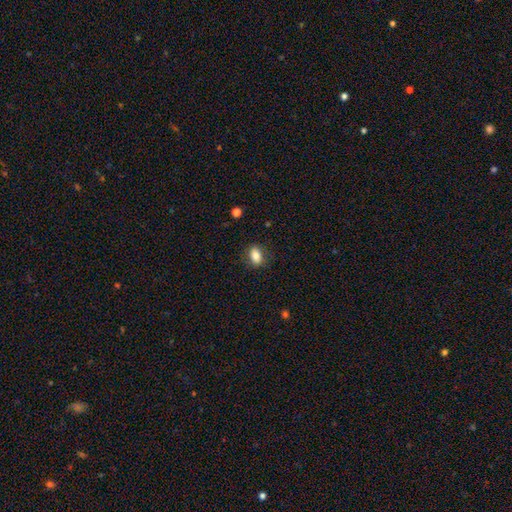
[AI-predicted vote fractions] smooth-or-featured: smooth: 81% | featured or disk: 11% | star or artifact: 9%
  how-rounded: in between: 80% | round: 18% | cigar-shaped: 3%
  merging: none: 83% | minor disturbance: 12% | major disturbance: 4% | merger: 1%